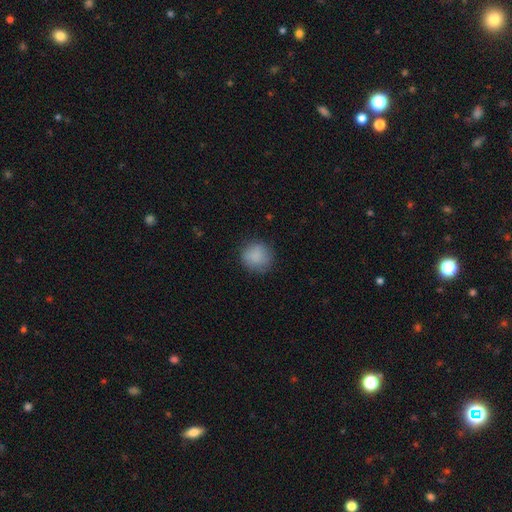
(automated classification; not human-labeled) Smooth or featured? smooth (85%)
How rounded? round (90%)
Merging? none (79%)